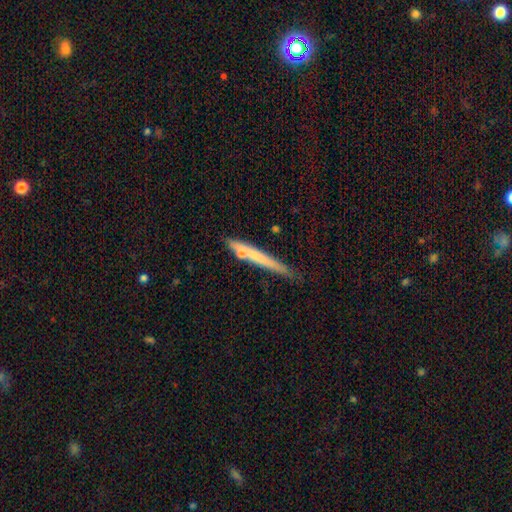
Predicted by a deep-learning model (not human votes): Overall: smooth (54%; featured or disk 39%). How rounded: cigar-shaped (95%). Merging: none (65%).